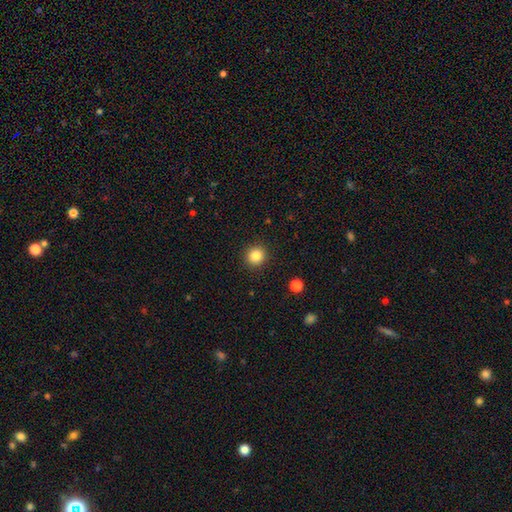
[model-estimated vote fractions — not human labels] smooth 85%, star or artifact 10%, featured or disk 4%. Down the decision tree: how rounded — round (92%); merging — none (91%).